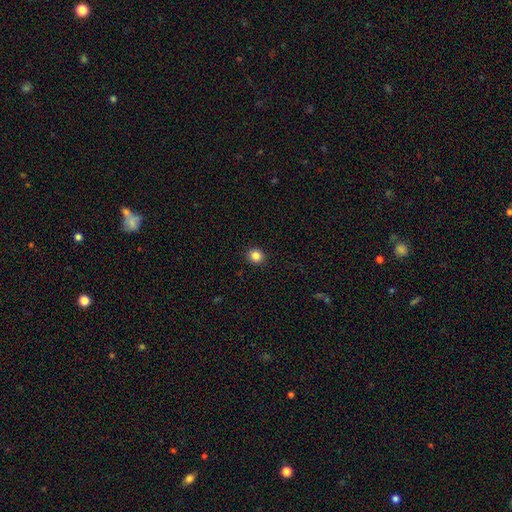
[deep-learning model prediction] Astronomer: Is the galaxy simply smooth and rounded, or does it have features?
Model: smooth — 85%.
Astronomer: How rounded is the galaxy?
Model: round — 83%.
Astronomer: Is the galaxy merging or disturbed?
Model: none — 92%.